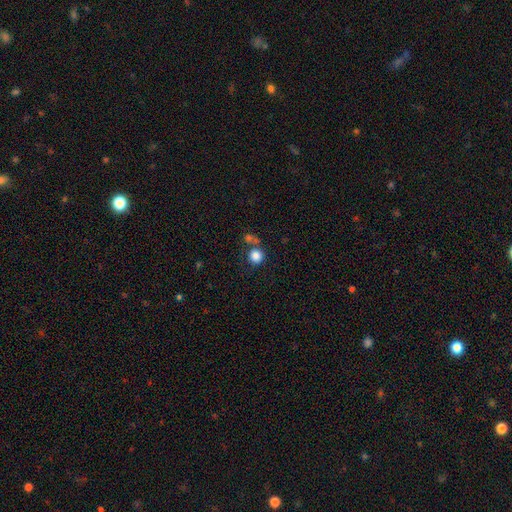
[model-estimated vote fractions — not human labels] Smooth or featured?
  - smooth: 84% *
  - star or artifact: 11%
  - featured or disk: 6%
How rounded?
  - round: 93% *
  - in between: 7%
  - cigar-shaped: 1%
Merging?
  - none: 66% *
  - merger: 20%
  - minor disturbance: 10%
  - major disturbance: 5%